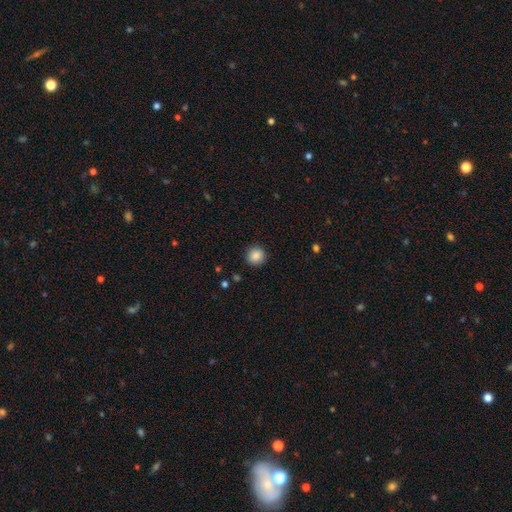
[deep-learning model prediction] This appears to be a smooth galaxy with no disk features (87%) that is round (89%). Merging: none (90%).